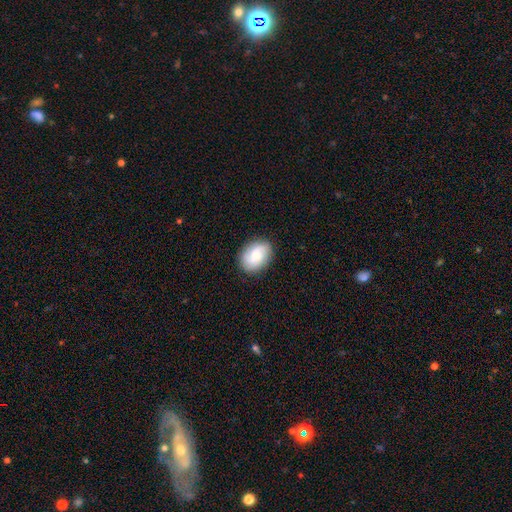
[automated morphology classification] A smooth galaxy with no disk features (59%) that is in between round and cigar-shaped (70%).

Vote fractions:
- Smooth or featured? smooth: 59% / featured or disk: 33% / star or artifact: 8%
- How rounded? in between: 70% / round: 29% / cigar-shaped: 1%
- Merging? none: 85% / minor disturbance: 11% / major disturbance: 3% / merger: 1%